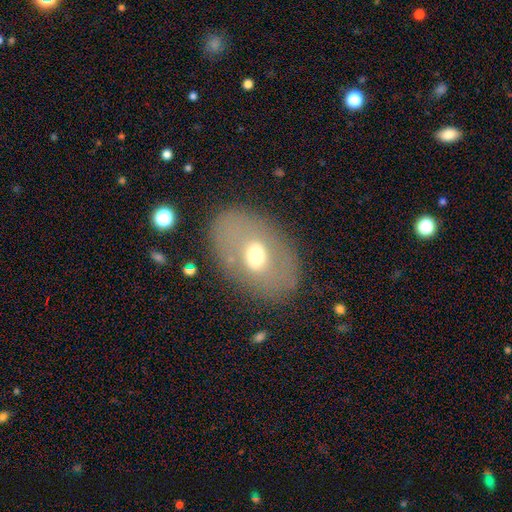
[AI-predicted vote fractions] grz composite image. It shows a smooth galaxy with no disk features (49%). Merging: none (80%).